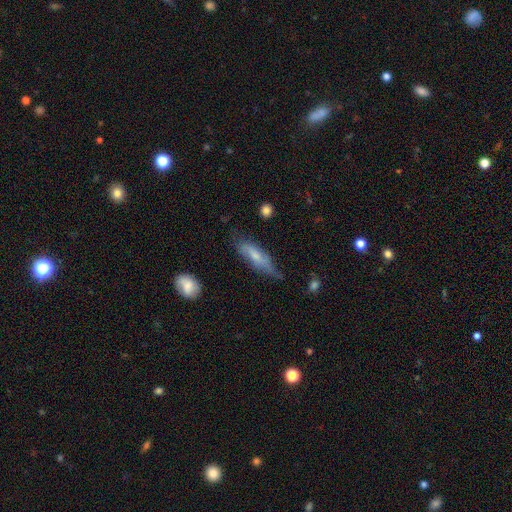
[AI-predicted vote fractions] Overall: smooth (55%; featured or disk 38%). How rounded: cigar-shaped (58%; in between 40%). Merging: none (50%; minor disturbance 36%).